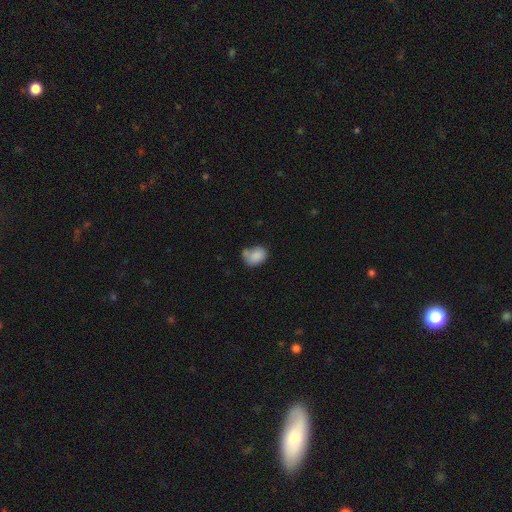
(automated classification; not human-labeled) This is clearly a smooth galaxy (84%). How rounded: likely in between (65%). Merging: possibly none (46%).